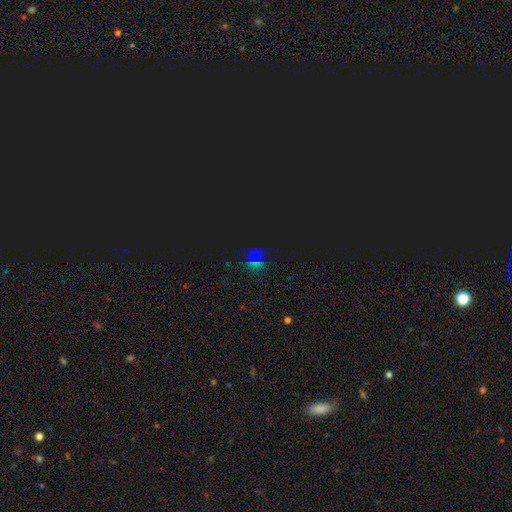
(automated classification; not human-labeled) The model was most divided on "smooth or featured": star or artifact: 68%, smooth: 25%, featured or disk: 7%.